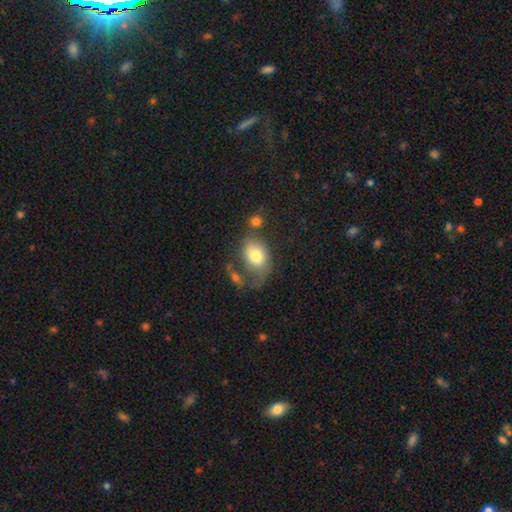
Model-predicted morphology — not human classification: Smooth or featured?
  - smooth: 72% *
  - featured or disk: 20%
  - star or artifact: 8%
How rounded?
  - in between: 73% *
  - round: 25%
  - cigar-shaped: 1%
Merging?
  - none: 34% *
  - major disturbance: 25%
  - minor disturbance: 23%
  - merger: 18%